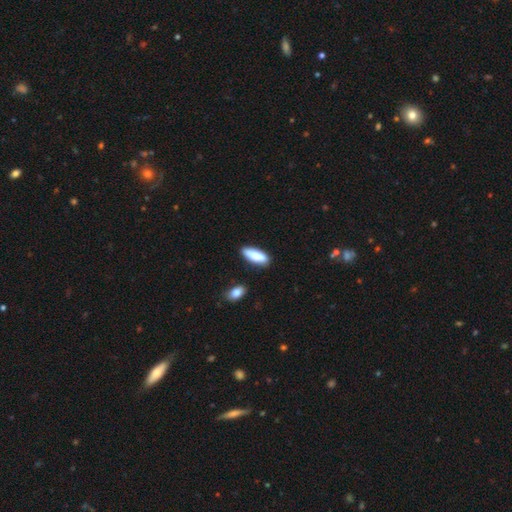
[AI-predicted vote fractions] smooth-or-featured: smooth: 85% | featured or disk: 10% | star or artifact: 6%
  how-rounded: in between: 55% | cigar-shaped: 43% | round: 2%
  merging: none: 82% | minor disturbance: 12% | merger: 3% | major disturbance: 2%